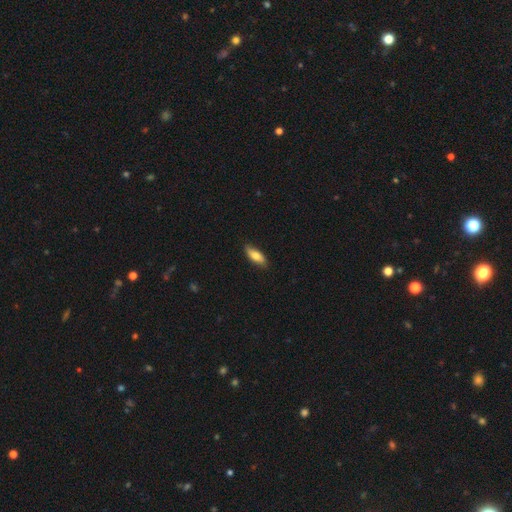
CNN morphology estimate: Overall: smooth (72%). How rounded: in between (70%). Merging: none (83%).